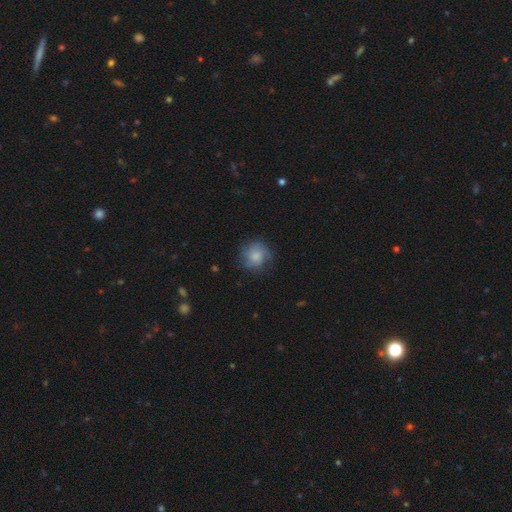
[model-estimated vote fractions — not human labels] Smooth or featured?
  - smooth: 67% *
  - featured or disk: 24%
  - star or artifact: 9%
How rounded?
  - round: 87% *
  - in between: 12%
  - cigar-shaped: 1%
Merging?
  - none: 72% *
  - minor disturbance: 19%
  - major disturbance: 8%
  - merger: 1%